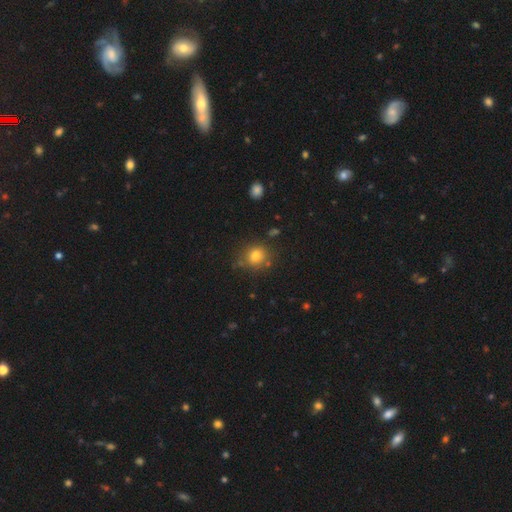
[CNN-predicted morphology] Smooth or featured? Predicted: smooth (p=0.78). How rounded? Predicted: round (p=0.77). Merging? Predicted: none (p=0.76).